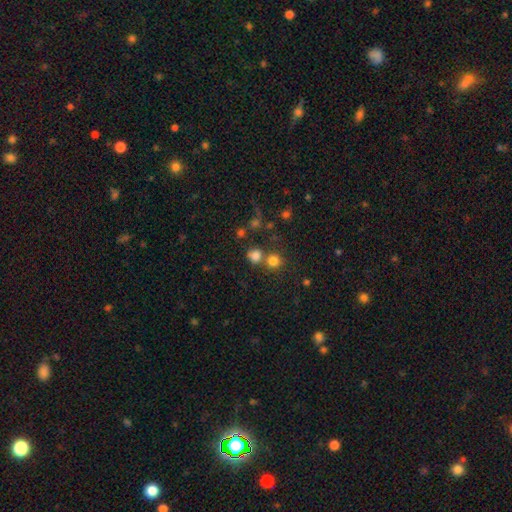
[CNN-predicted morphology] The model was most divided on "merging": none: 58%, merger: 29%, minor disturbance: 8%, major disturbance: 4%. More confident: how rounded — round (83%); smooth or featured — smooth (76%).